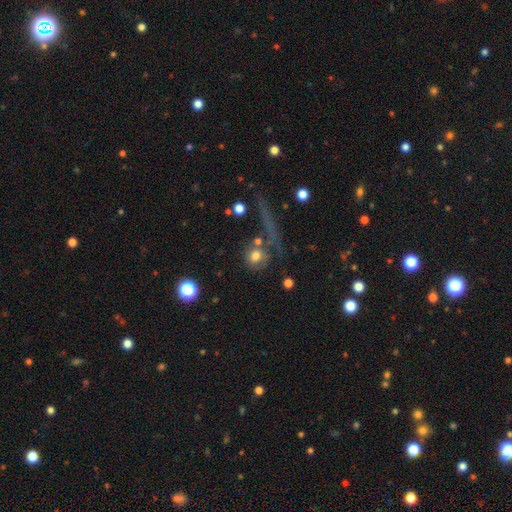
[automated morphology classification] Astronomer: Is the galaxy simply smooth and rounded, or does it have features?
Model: smooth — 70%.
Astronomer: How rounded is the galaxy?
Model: round — 78%.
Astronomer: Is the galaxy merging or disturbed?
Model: none — 55%.